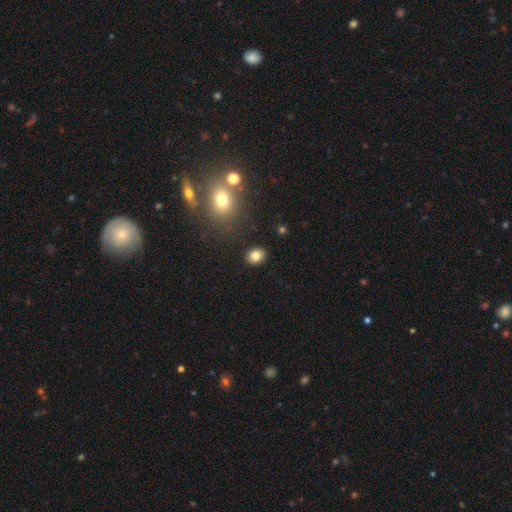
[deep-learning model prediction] A smooth galaxy with no disk features (81%) that is in between round and cigar-shaped (51%). Merging: none (89%).